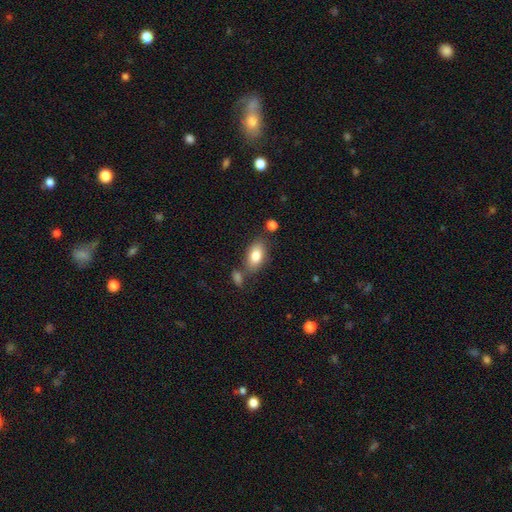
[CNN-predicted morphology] Overall: smooth (81%). How rounded: in between (90%). Merging: none (69%).